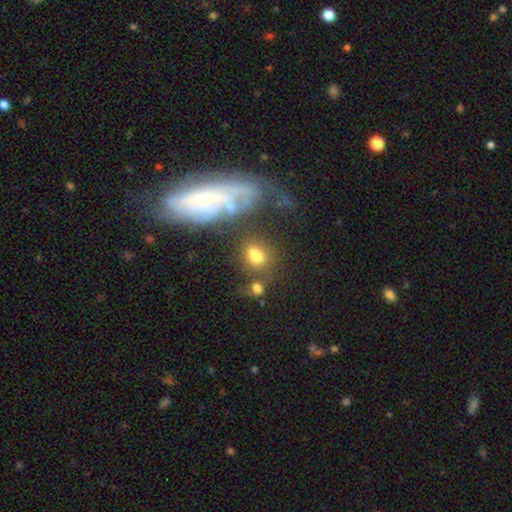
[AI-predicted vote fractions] The model was most divided on "how rounded": in between: 58%, round: 39%, cigar-shaped: 3%. More confident: smooth or featured — smooth (68%); merging — none (54%).